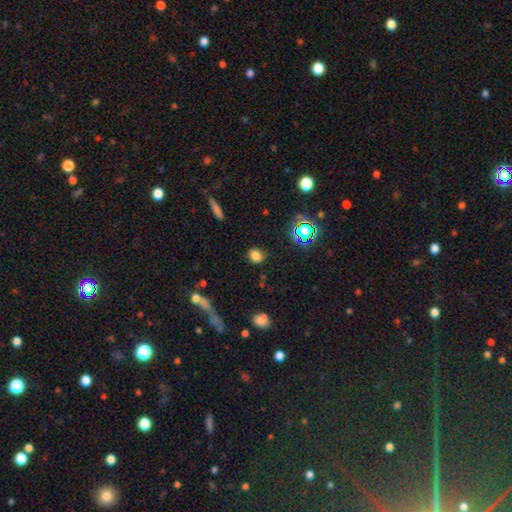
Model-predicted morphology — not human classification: The model was most divided on "how rounded": round: 68%, in between: 30%, cigar-shaped: 2%. More confident: merging — none (80%); smooth or featured — smooth (78%).